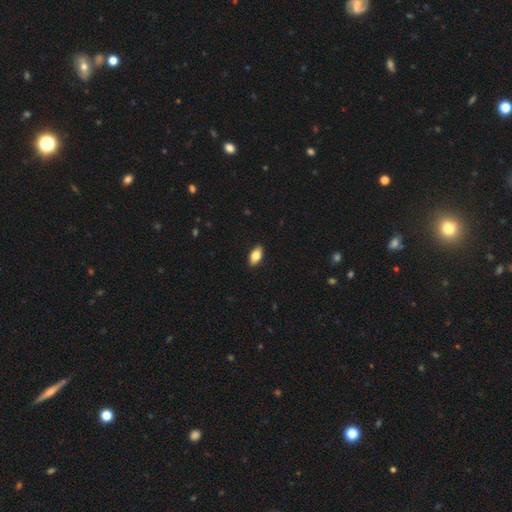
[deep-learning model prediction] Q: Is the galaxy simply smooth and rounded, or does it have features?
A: smooth — 79%.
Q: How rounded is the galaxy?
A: in between — 90%.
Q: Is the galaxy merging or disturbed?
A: none — 90%.